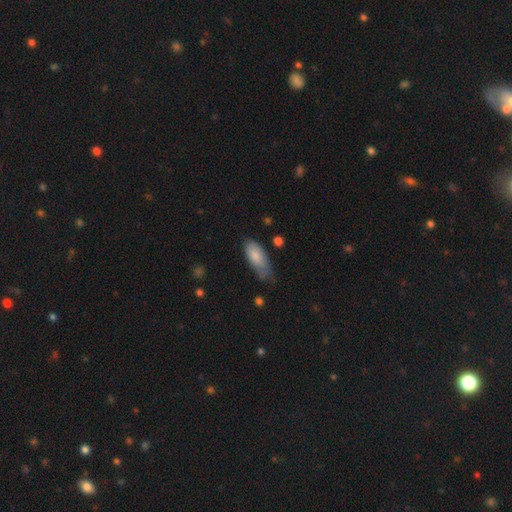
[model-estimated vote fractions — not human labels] Smooth or featured: smooth — 81% (featured or disk — 13%)
How rounded: in between — 82% (cigar-shaped — 16%)
Merging: none — 44% (minor disturbance — 42%)